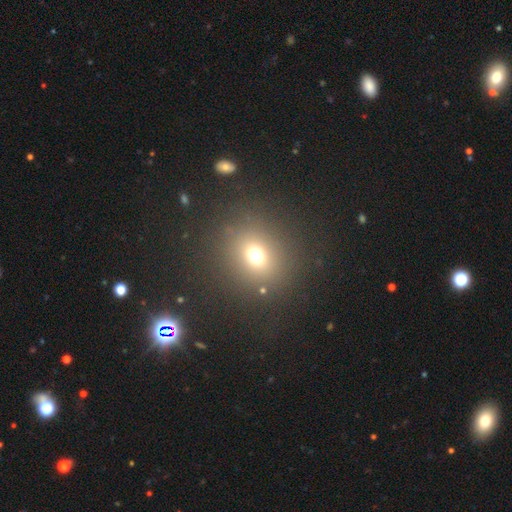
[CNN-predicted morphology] A smooth galaxy with no disk features (68%) that is round (76%).

Vote fractions:
- Smooth or featured? smooth: 68% / star or artifact: 22% / featured or disk: 10%
- How rounded? round: 76% / in between: 23% / cigar-shaped: 1%
- Merging? none: 83% / minor disturbance: 8% / major disturbance: 6% / merger: 3%